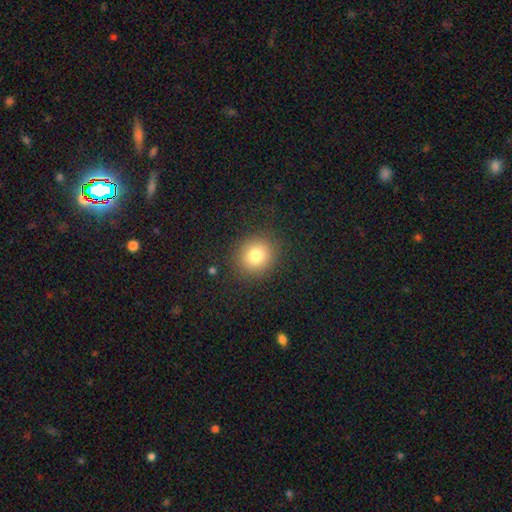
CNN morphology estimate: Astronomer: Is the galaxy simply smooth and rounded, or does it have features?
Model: smooth — 78%.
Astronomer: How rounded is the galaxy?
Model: round — 86%.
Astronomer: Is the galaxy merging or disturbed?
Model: none — 88%.